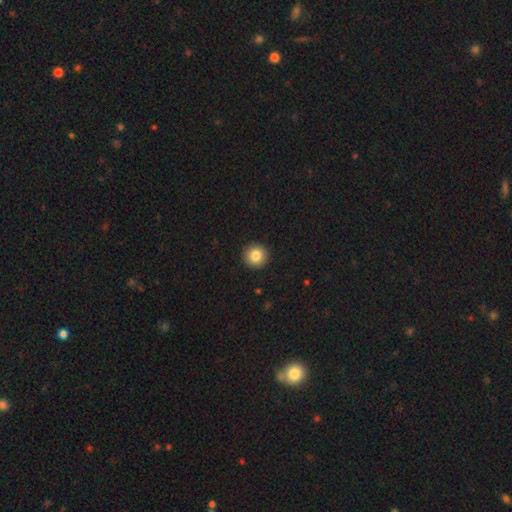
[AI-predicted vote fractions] Smooth or featured? Predicted: smooth (p=0.84). How rounded? Predicted: round (p=0.95). Merging? Predicted: none (p=0.93).